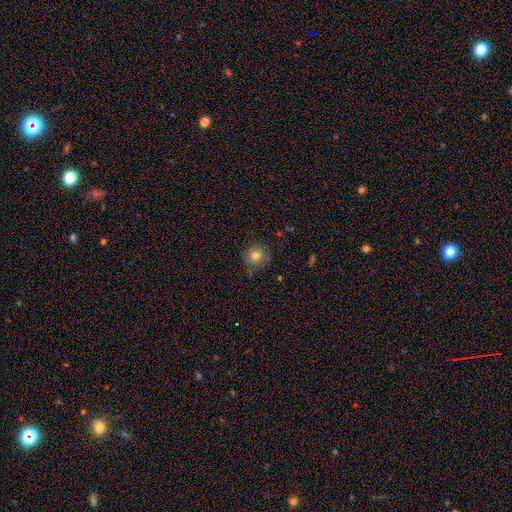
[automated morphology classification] A smooth galaxy with no disk features (78%) that is round (92%).

Vote fractions:
- Smooth or featured? smooth: 78% / star or artifact: 12% / featured or disk: 10%
- How rounded? round: 92% / in between: 7% / cigar-shaped: 1%
- Merging? none: 82% / minor disturbance: 14% / major disturbance: 3% / merger: 2%